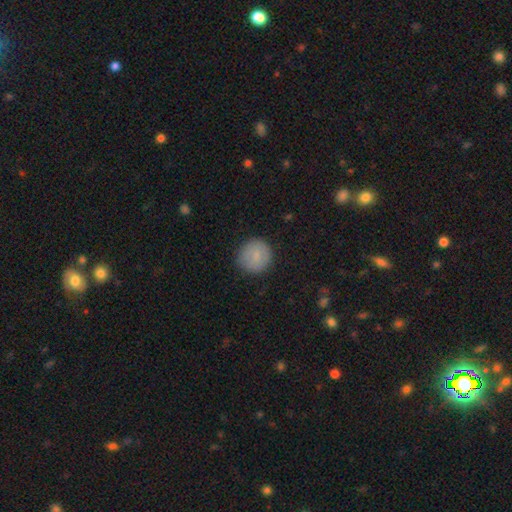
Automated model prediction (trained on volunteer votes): smooth-or-featured: smooth: 84% | featured or disk: 9% | star or artifact: 7%
  how-rounded: round: 93% | in between: 6% | cigar-shaped: 1%
  merging: none: 88% | minor disturbance: 9% | major disturbance: 2% | merger: 1%